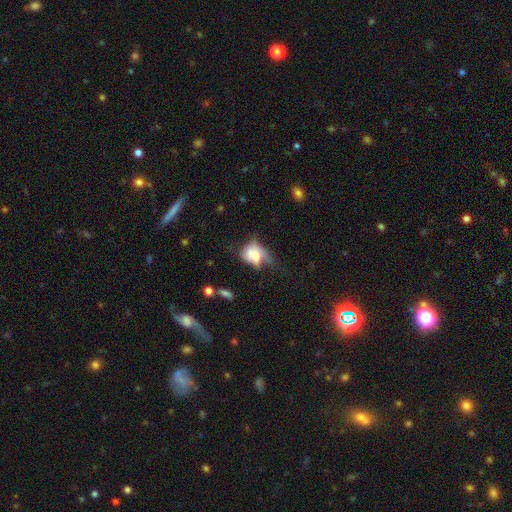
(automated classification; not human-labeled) Smooth or featured? smooth (52%)
How rounded? in between (60%)
Merging? major disturbance (29%)